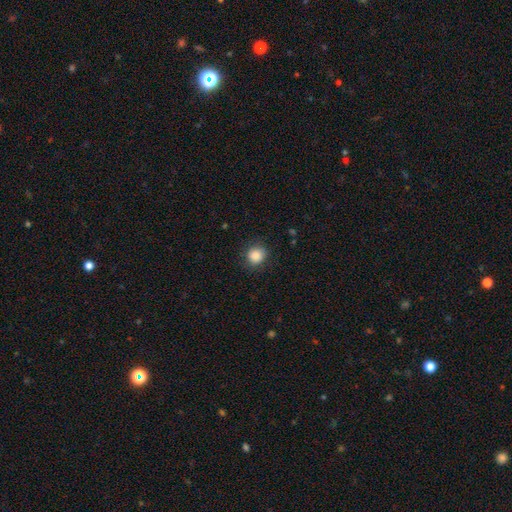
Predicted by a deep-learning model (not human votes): smooth_or_featured: smooth (p=0.87) [alt: star or artifact p=0.09]
how_rounded: round (p=0.87) [alt: in between p=0.12]
merging: none (p=0.85) [alt: minor disturbance p=0.11]